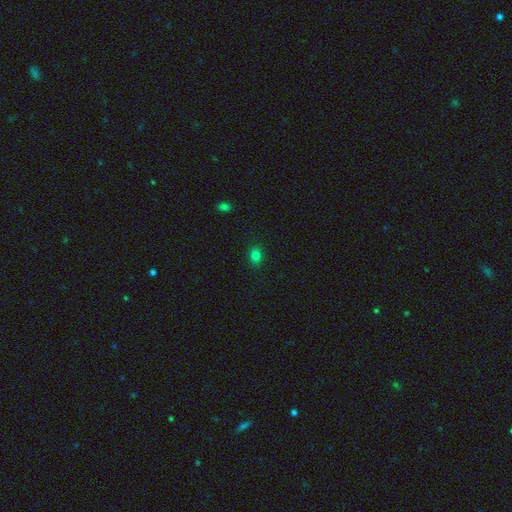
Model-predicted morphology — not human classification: Smooth or featured? smooth (80%)
How rounded? round (50%)
Merging? none (88%)